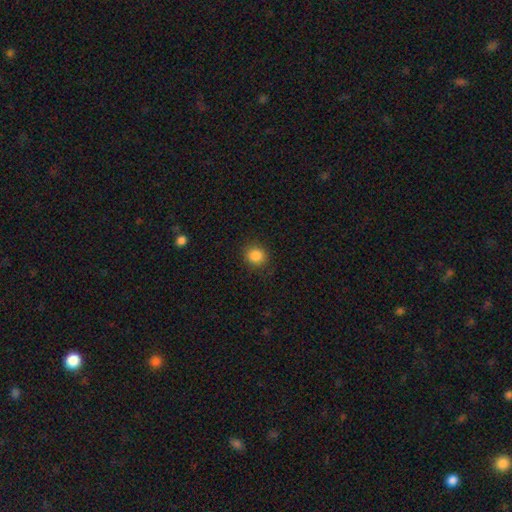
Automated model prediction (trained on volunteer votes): This appears to be a smooth galaxy with no disk features (86%) that is round (84%). Merging: none (88%).